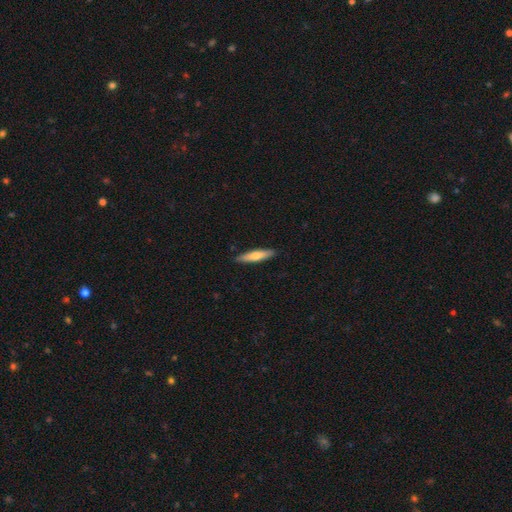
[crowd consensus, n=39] A smooth galaxy with no disk features (59%) that is cigar-shaped (87%).

Vote fractions:
- Smooth or featured? smooth: 59% / featured or disk: 38% / star or artifact: 3%
- How rounded? cigar-shaped: 87% / in between: 13% / round: 0%
- Merging? none: 95% / minor disturbance: 3% / merger: 3% / major disturbance: 0%